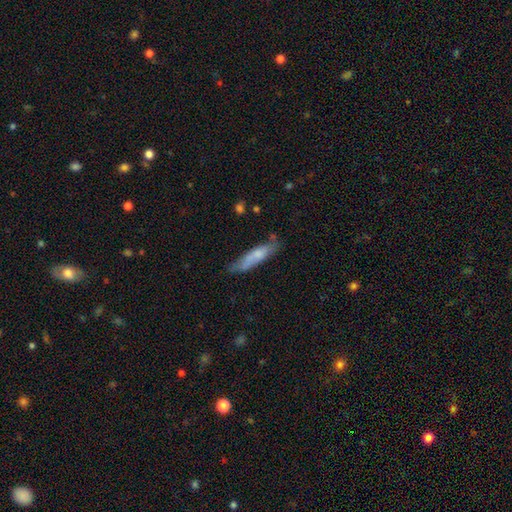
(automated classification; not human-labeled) smooth_or_featured: smooth (p=0.65) [alt: featured or disk p=0.28]
how_rounded: cigar-shaped (p=0.79) [alt: in between p=0.20]
merging: none (p=0.62) [alt: minor disturbance p=0.27]